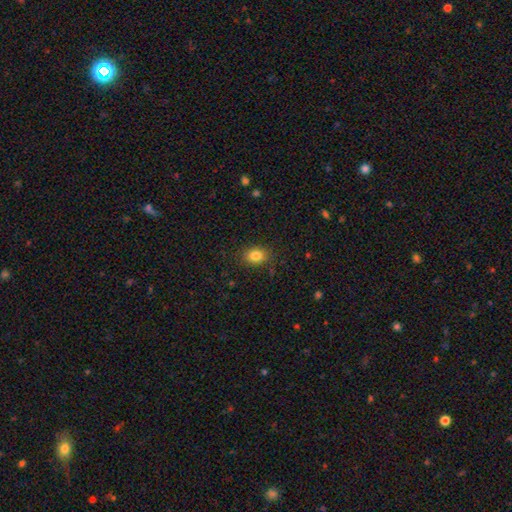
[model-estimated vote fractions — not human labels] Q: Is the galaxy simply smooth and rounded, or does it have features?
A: smooth — 84%.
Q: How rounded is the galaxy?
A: in between — 62%.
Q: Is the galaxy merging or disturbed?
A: none — 86%.